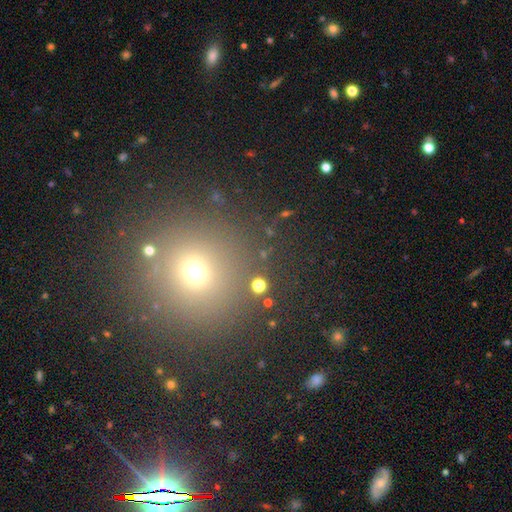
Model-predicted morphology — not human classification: type=smooth (53%); roundness=round (93%); merging=none (87%).